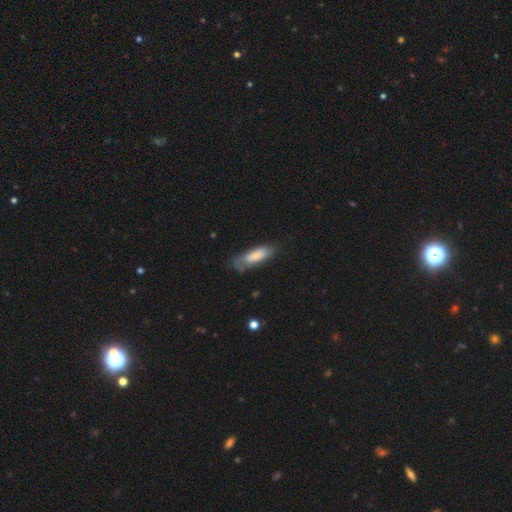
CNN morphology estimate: Q: Smooth or featured?
A: smooth (72%); runner-up: featured or disk (21%)
Q: How rounded?
A: in between (62%); runner-up: cigar-shaped (36%)
Q: Merging?
A: none (47%); runner-up: minor disturbance (31%)